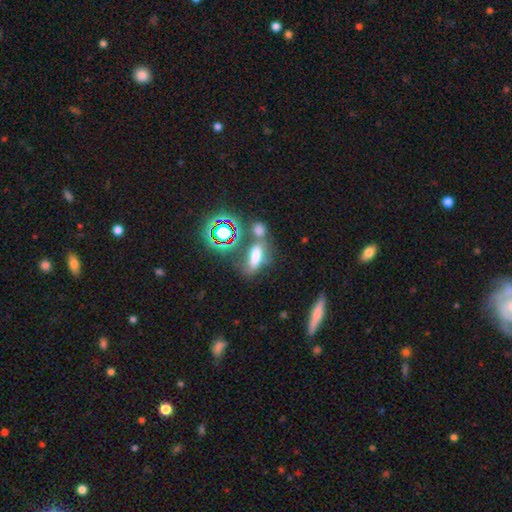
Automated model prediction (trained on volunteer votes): Smooth or featured? smooth (59%)
How rounded? in between (66%)
Merging? none (44%)